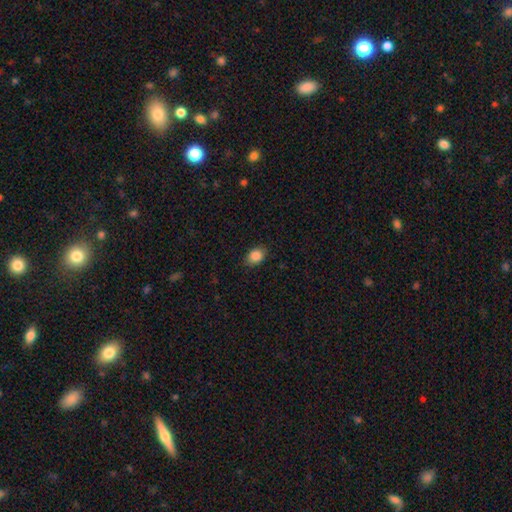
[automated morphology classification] smooth-or-featured: smooth: 87% | star or artifact: 9% | featured or disk: 4%
  how-rounded: in between: 67% | round: 32% | cigar-shaped: 1%
  merging: none: 84% | minor disturbance: 12% | major disturbance: 3% | merger: 1%